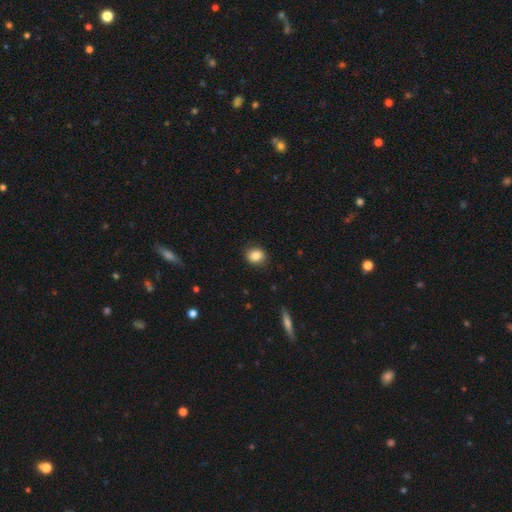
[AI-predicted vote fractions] Morphology: type=smooth (85%); roundness=round (64%); merging=none (87%).